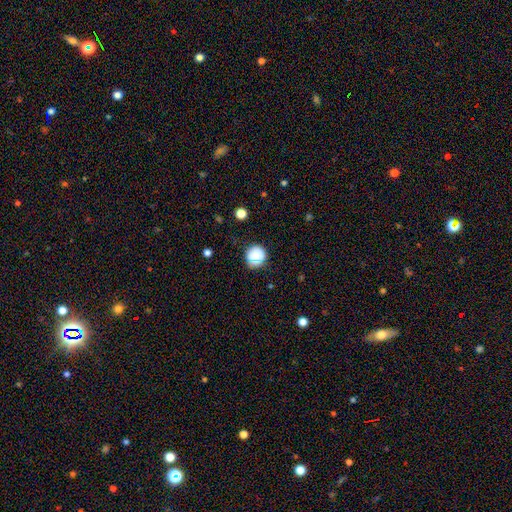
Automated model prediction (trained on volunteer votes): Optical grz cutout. It shows a smooth galaxy with no disk features (78%) that is round (91%). Merging: none (78%).